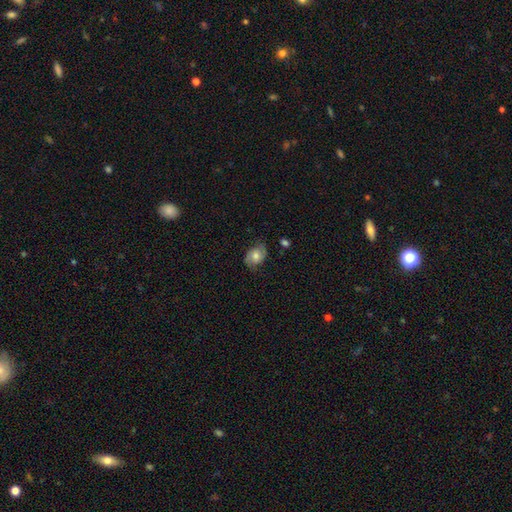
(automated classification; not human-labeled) Smooth or featured?
  - smooth: 55% *
  - featured or disk: 36%
  - star or artifact: 8%
How rounded?
  - in between: 71% *
  - round: 28%
  - cigar-shaped: 1%
Merging?
  - none: 68% *
  - minor disturbance: 23%
  - major disturbance: 7%
  - merger: 2%